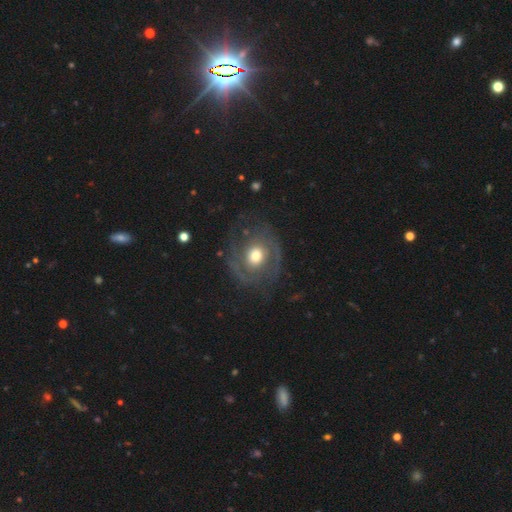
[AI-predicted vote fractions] Overall: featured or disk (78%). Edge-on disk: no (97%). Bar: no (76%). Spiral arms: yes (85%). Spiral arm count: 2 (67%). Spiral winding: tight (42%; medium 41%). Bulge size: moderate (64%; large 24%). Merging: none (67%).